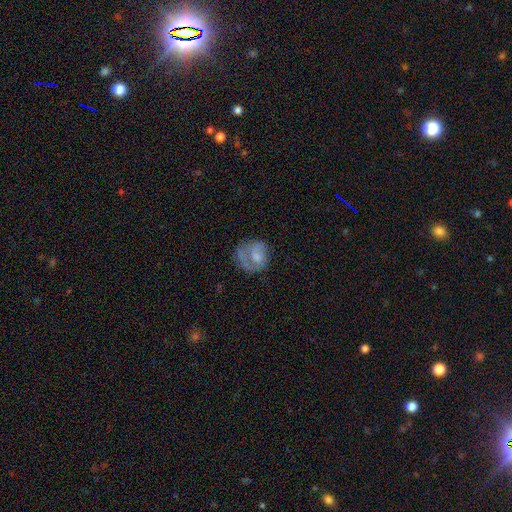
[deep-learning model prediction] Morphology: type=smooth (50%); roundness=round (69%); merging=none (41%).